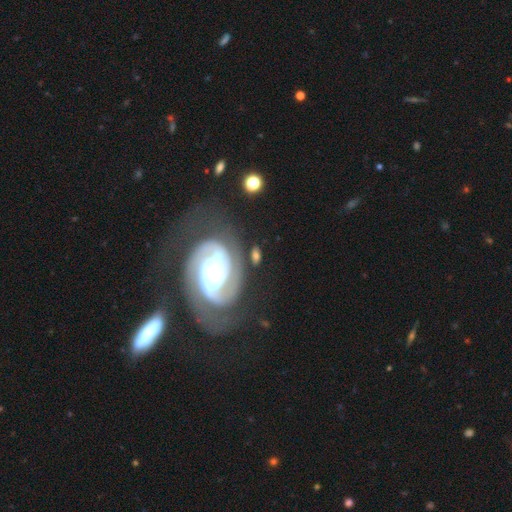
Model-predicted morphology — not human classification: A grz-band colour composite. It shows a featured or disk galaxy (69%) with no bar (58%), 2 (66%) tight (46%) spiral arms (86%) and a small central bulge (45%). Merging: none (50%).